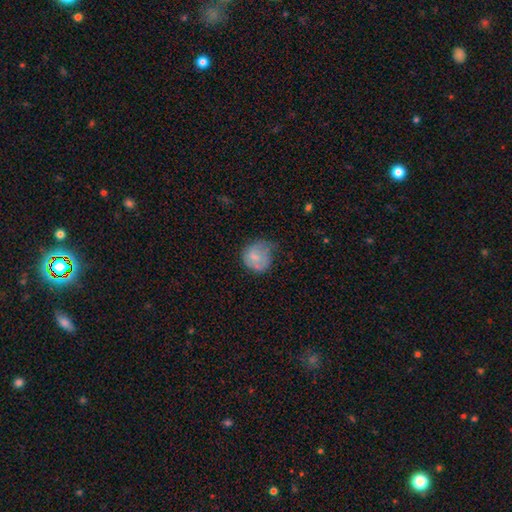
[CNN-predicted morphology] Smooth or featured: smooth — 65% (featured or disk — 27%)
How rounded: round — 76% (in between — 23%)
Merging: minor disturbance — 37% (none — 36%)